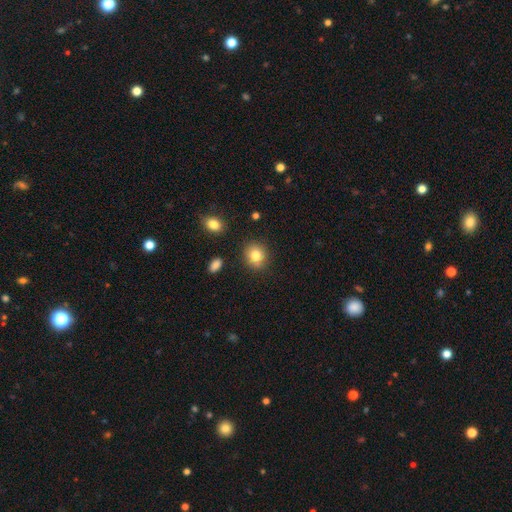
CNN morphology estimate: A smooth galaxy with no disk features (83%) that is round (76%).

Vote fractions:
- Smooth or featured? smooth: 83% / star or artifact: 10% / featured or disk: 8%
- How rounded? round: 76% / in between: 23% / cigar-shaped: 1%
- Merging? none: 86% / minor disturbance: 9% / merger: 3% / major disturbance: 2%